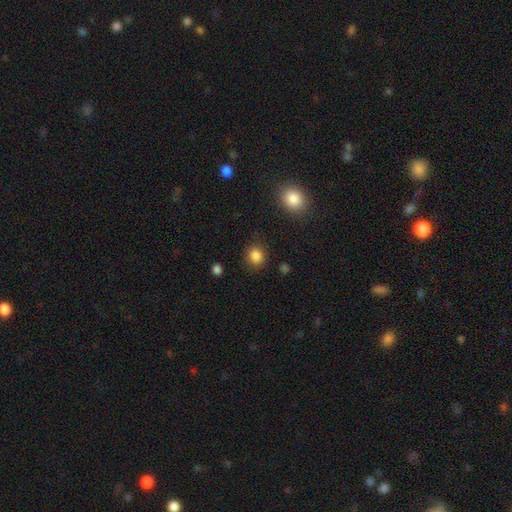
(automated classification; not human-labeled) smooth_or_featured: smooth (p=0.86) [alt: star or artifact p=0.11]
how_rounded: round (p=0.72) [alt: in between p=0.27]
merging: none (p=0.84) [alt: minor disturbance p=0.11]